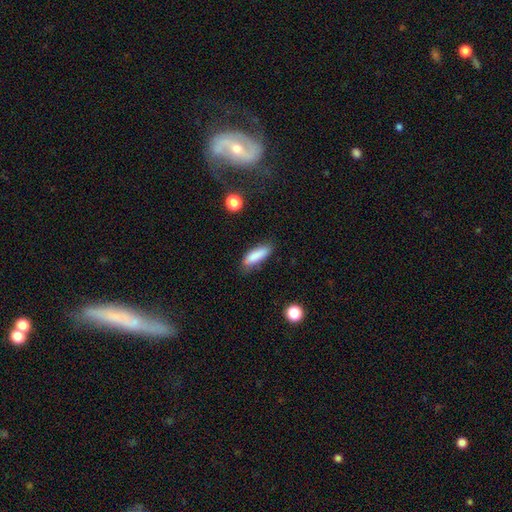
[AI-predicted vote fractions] Smooth or featured: smooth — 85% (featured or disk — 8%)
How rounded: in between — 50% (cigar-shaped — 48%)
Merging: none — 73% (minor disturbance — 21%)